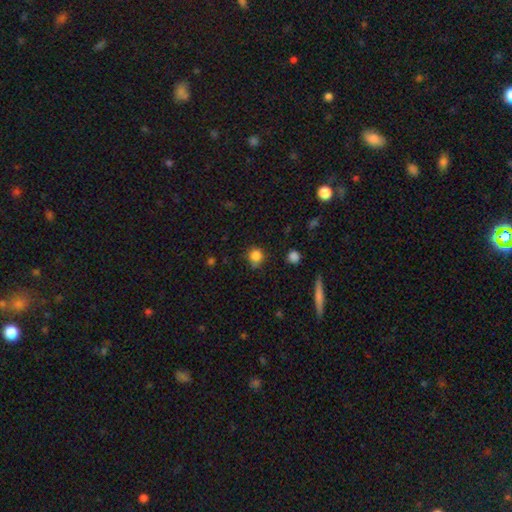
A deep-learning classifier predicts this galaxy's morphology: Smooth or featured? Predicted: smooth (p=0.83). How rounded? Predicted: round (p=0.85). Merging? Predicted: none (p=0.72).